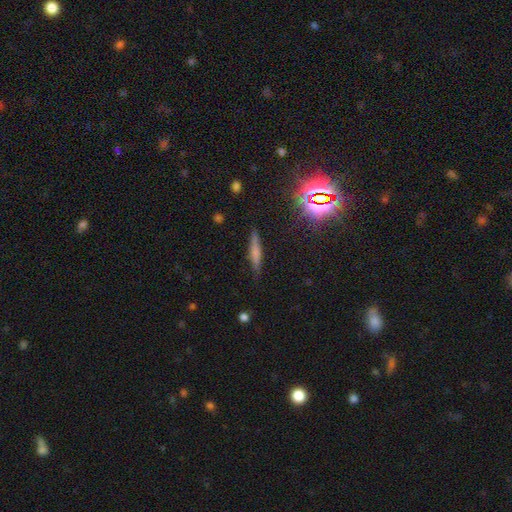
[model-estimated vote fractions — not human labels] Q: Smooth or featured?
A: smooth (52%); runner-up: featured or disk (31%)
Q: How rounded?
A: cigar-shaped (88%); runner-up: in between (9%)
Q: Merging?
A: none (84%); runner-up: minor disturbance (11%)